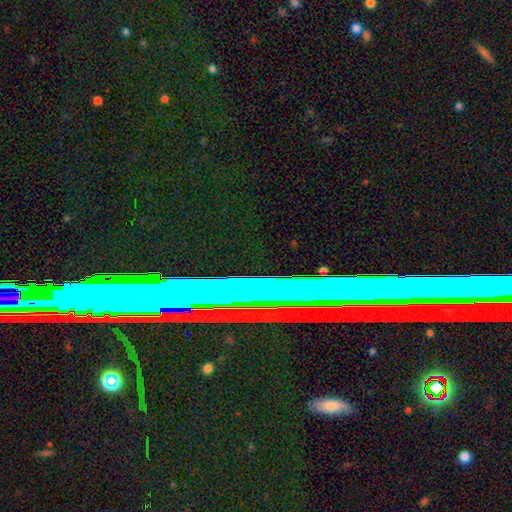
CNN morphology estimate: Smooth or featured? star or artifact (68%)